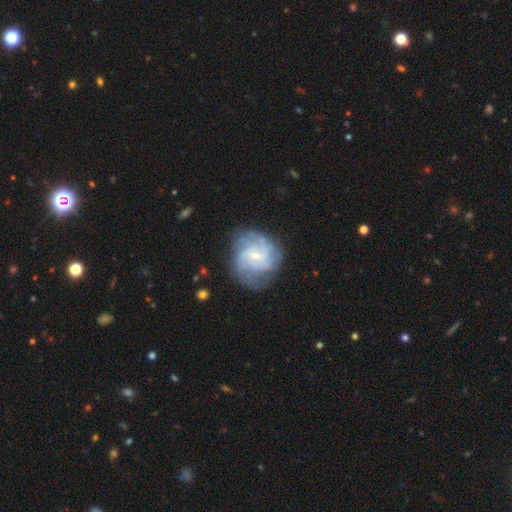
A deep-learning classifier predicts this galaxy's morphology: Smooth or featured: featured or disk — 72% (smooth — 21%)
Edge-on disk: no — 98% (yes — 2%)
Bar: weak — 50% (no — 41%)
Spiral arms: yes — 86% (no — 14%)
Spiral winding: medium — 40% (tight — 39%)
Spiral arm count: can't tell — 43% (2 — 17%)
Bulge size: small — 64% (moderate — 23%)
Merging: none — 67% (minor disturbance — 19%)